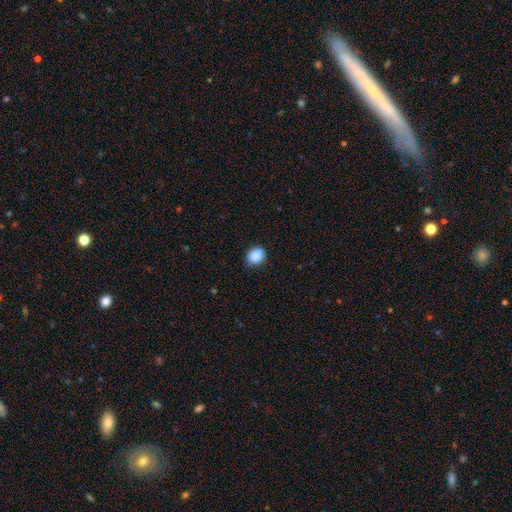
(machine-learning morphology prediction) type=smooth (87%); roundness=round (62%); merging=none (74%).